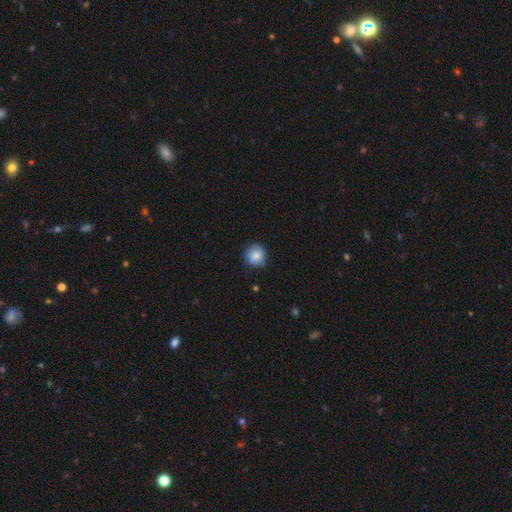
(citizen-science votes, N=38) Smooth or featured? smooth (87%)
How rounded? round (82%)
Merging? none (86%)